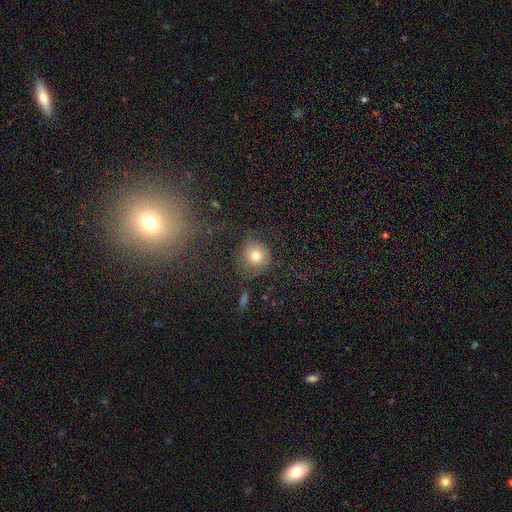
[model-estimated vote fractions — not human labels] This is likely a smooth galaxy (74%). How rounded: clearly round (86%). Merging: likely none (61%).